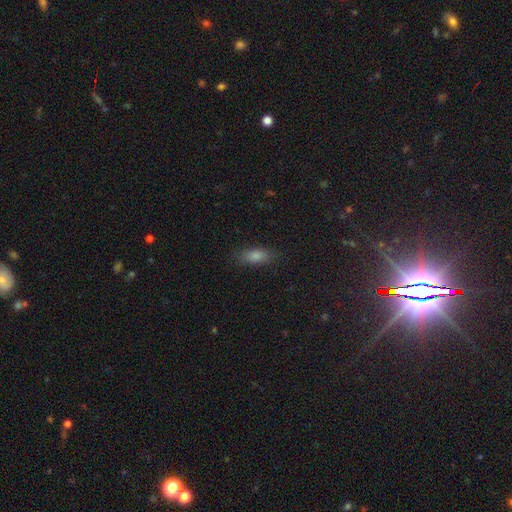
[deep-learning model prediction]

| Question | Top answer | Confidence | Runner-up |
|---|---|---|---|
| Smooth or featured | smooth | 73% | star or artifact (16%) |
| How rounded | in between | 74% | cigar-shaped (20%) |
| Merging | none | 84% | minor disturbance (12%) |